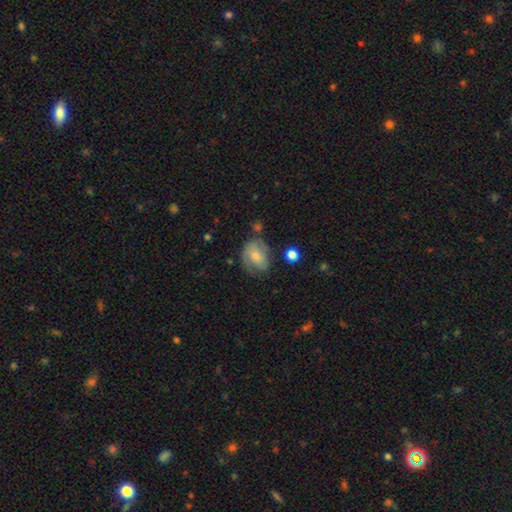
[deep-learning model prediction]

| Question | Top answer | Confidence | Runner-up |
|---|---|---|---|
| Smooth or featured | featured or disk | 56% | smooth (36%) |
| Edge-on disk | no | 96% | yes (4%) |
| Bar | no | 61% | weak (32%) |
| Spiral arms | yes | 80% | no (20%) |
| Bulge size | moderate | 49% | small (44%) |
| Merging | none | 59% | minor disturbance (25%) |